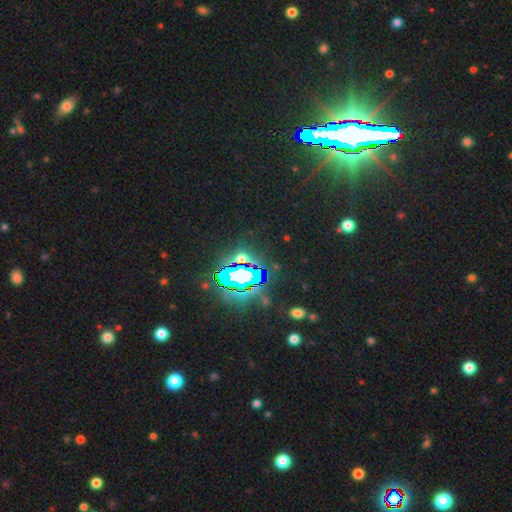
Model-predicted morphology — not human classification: smooth_or_featured: star or artifact (p=0.84) [alt: smooth p=0.08]